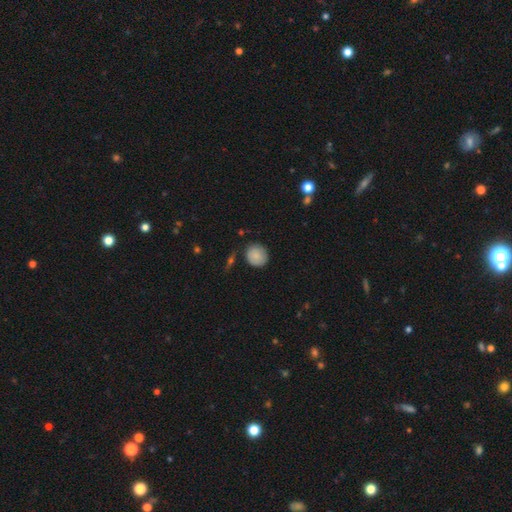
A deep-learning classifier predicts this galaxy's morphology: smooth-or-featured: smooth: 84% | featured or disk: 9% | star or artifact: 7%
  how-rounded: round: 86% | in between: 13% | cigar-shaped: 1%
  merging: none: 80% | minor disturbance: 15% | major disturbance: 3% | merger: 2%